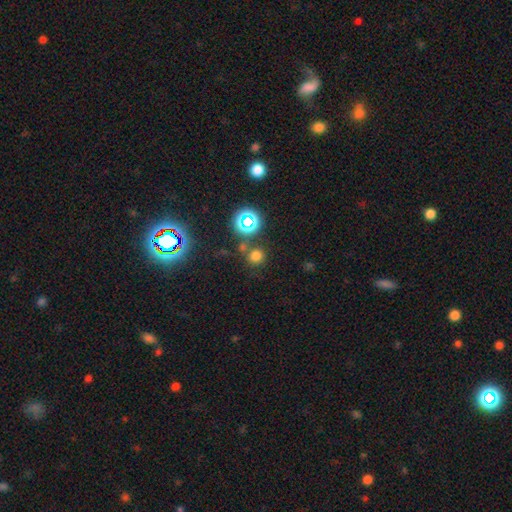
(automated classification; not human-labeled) Overall: smooth (68%). How rounded: round (90%). Merging: none (76%).